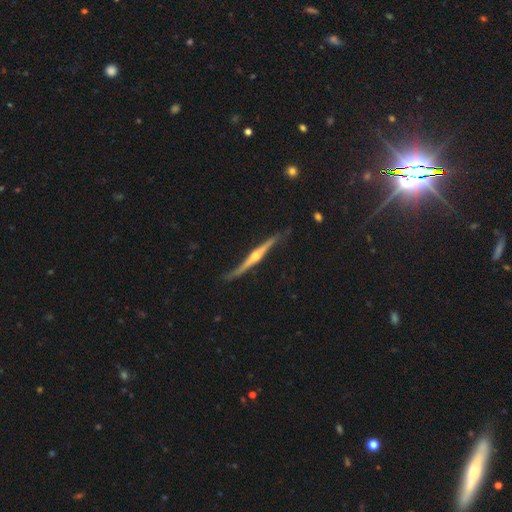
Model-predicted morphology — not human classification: A featured or disk galaxy (86%) viewed edge-on (97%) with a rounded central bulge (93%).

Vote fractions:
- Smooth or featured? featured or disk: 86% / smooth: 9% / star or artifact: 4%
- Edge-on disk? yes: 97% / no: 3%
- Edge-on bulge? rounded: 93% / none: 4% / boxy: 2%
- Merging? none: 76% / minor disturbance: 19% / major disturbance: 3% / merger: 2%